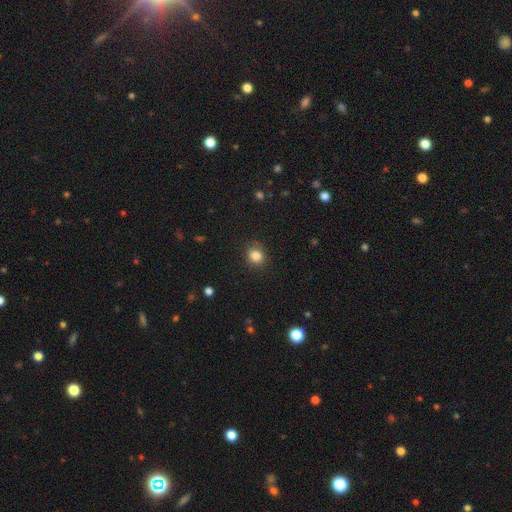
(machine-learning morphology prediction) smooth_or_featured: smooth (p=0.84) [alt: star or artifact p=0.11]
how_rounded: round (p=0.79) [alt: in between p=0.20]
merging: none (p=0.86) [alt: minor disturbance p=0.10]